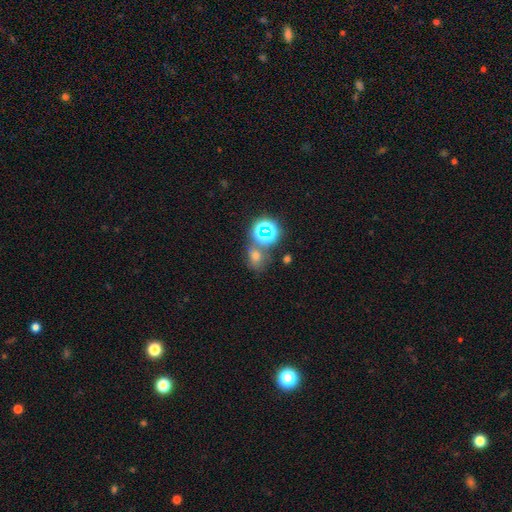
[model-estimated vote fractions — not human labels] Q: Smooth or featured?
A: smooth (47%); runner-up: star or artifact (42%)
Q: Merging?
A: none (61%); runner-up: merger (22%)